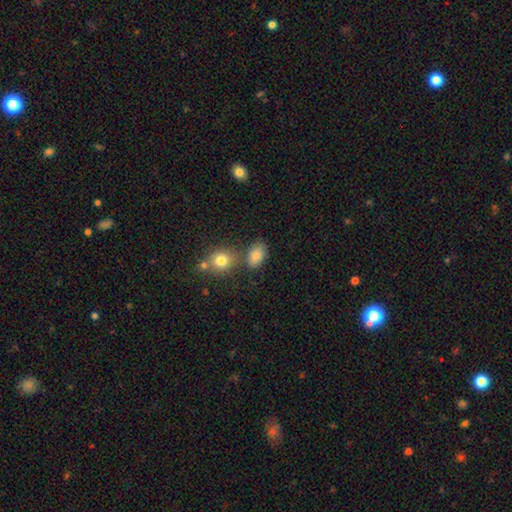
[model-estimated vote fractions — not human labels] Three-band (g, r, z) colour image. It shows a smooth galaxy with no disk features (82%) that is in between round and cigar-shaped (82%). Merging: none (63%).